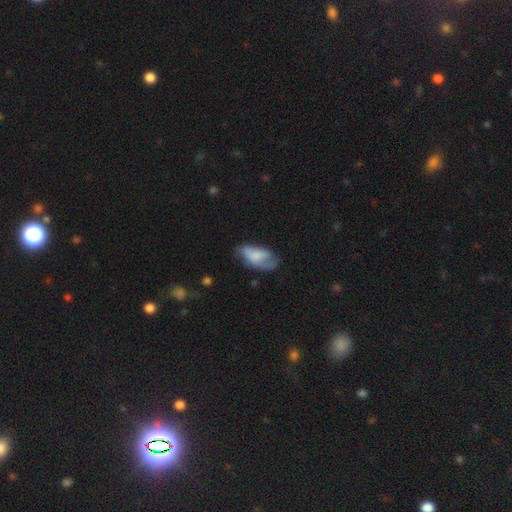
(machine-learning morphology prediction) Q: Smooth or featured?
A: smooth (62%); runner-up: featured or disk (31%)
Q: How rounded?
A: in between (90%); runner-up: cigar-shaped (7%)
Q: Merging?
A: none (40%); runner-up: minor disturbance (33%)